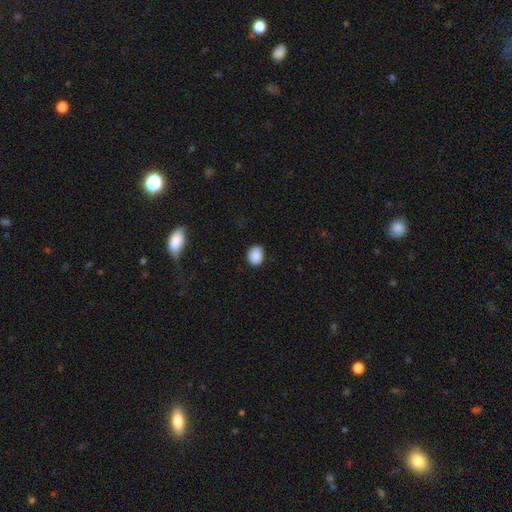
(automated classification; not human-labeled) Smooth or featured: smooth — 89% (star or artifact — 8%)
How rounded: round — 61% (in between — 39%)
Merging: none — 86% (minor disturbance — 11%)